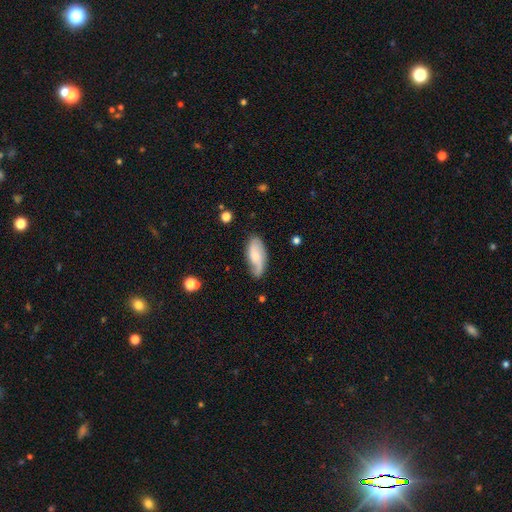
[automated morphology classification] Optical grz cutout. It shows a featured or disk galaxy (52%). Merging: none (68%).